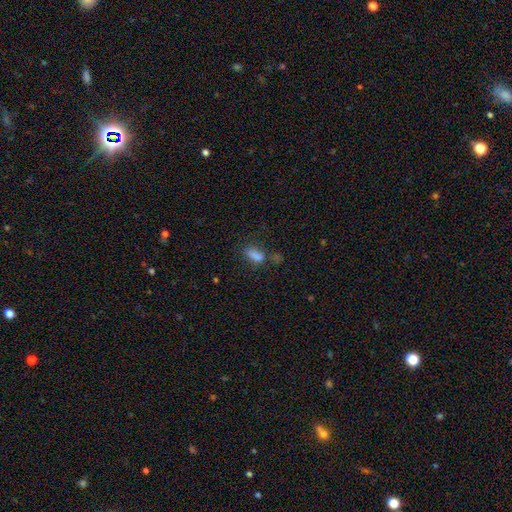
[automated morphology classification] Smooth or featured? Predicted: smooth (p=0.76). How rounded? Predicted: in between (p=0.67). Merging? Predicted: none (p=0.56).